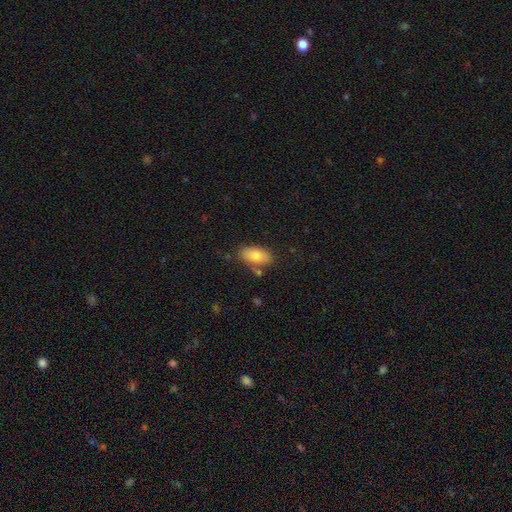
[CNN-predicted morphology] type=smooth (78%); roundness=in between (91%); merging=none (74%).